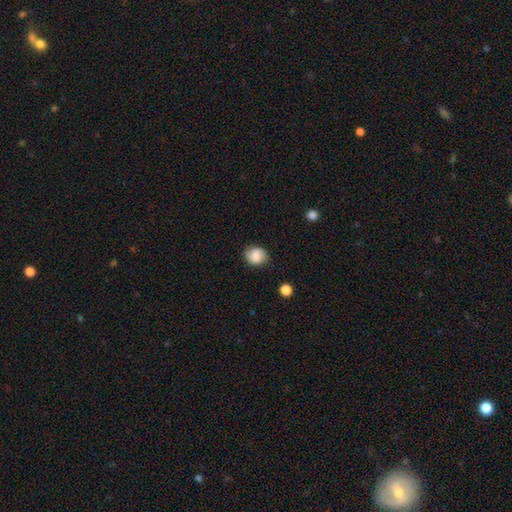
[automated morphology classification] Smooth or featured? Predicted: smooth (p=0.80). How rounded? Predicted: round (p=0.66). Merging? Predicted: none (p=0.78).